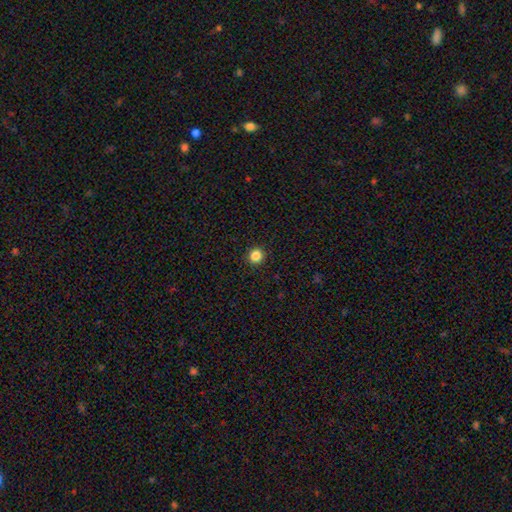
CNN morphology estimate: A smooth galaxy with no disk features (85%) that is round (94%). Merging: none (93%).